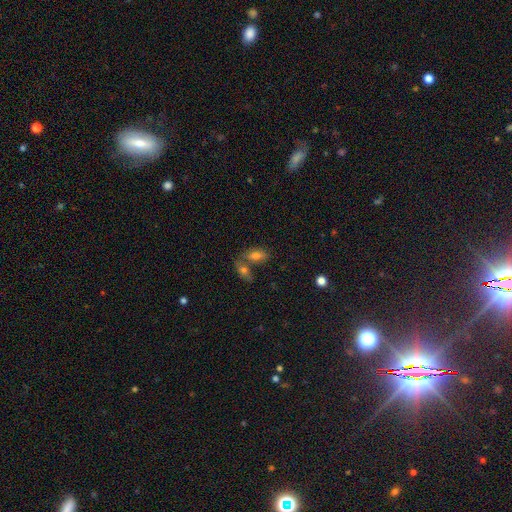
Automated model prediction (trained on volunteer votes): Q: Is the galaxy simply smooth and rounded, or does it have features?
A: smooth — 75%.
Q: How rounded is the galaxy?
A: in between — 86%.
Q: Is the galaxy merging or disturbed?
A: merger — 45%.